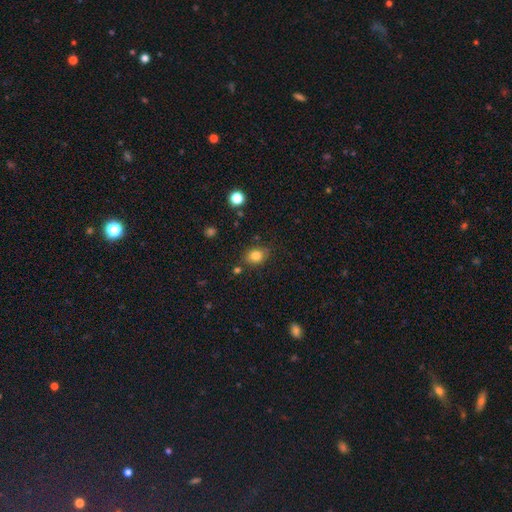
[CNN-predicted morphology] Smooth or featured? Predicted: smooth (p=0.82). How rounded? Predicted: in between (p=0.55). Merging? Predicted: none (p=0.78).